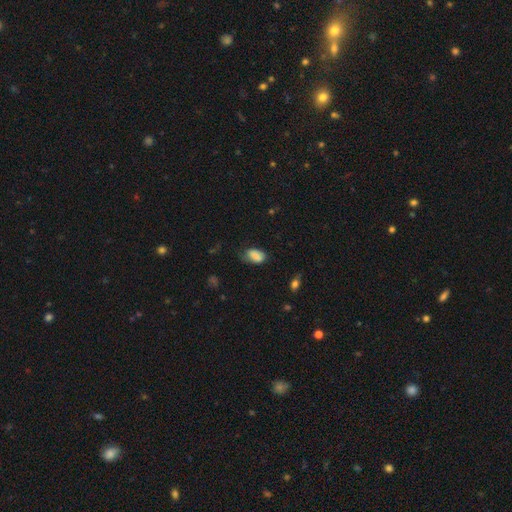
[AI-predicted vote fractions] Q: Smooth or featured?
A: smooth (82%); runner-up: featured or disk (9%)
Q: How rounded?
A: in between (90%); runner-up: round (9%)
Q: Merging?
A: none (49%); runner-up: minor disturbance (35%)